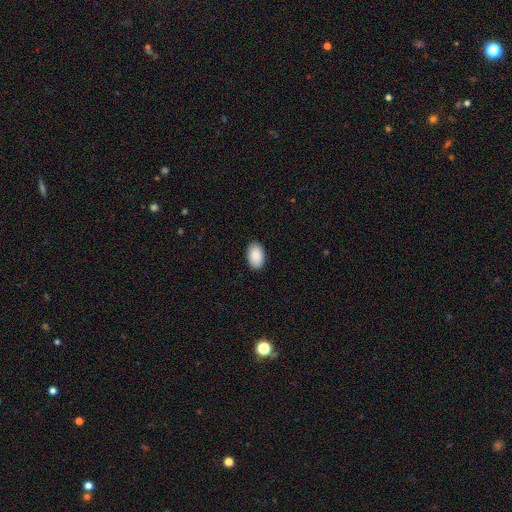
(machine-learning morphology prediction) A smooth galaxy with no disk features (90%) that is in between round and cigar-shaped (94%). Merging: none (89%).